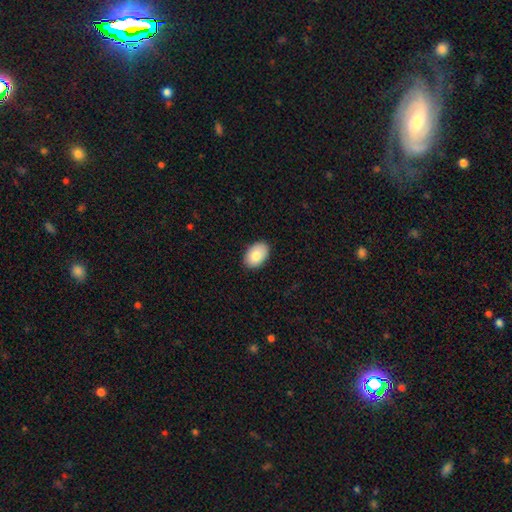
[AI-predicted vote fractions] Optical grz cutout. It shows a smooth galaxy with no disk features (83%) that is in between round and cigar-shaped (89%). Merging: none (87%).